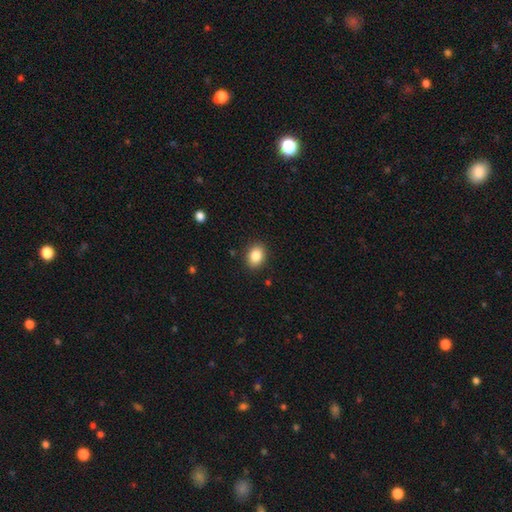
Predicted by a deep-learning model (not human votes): A smooth galaxy with no disk features (85%) that is in between round and cigar-shaped (68%). Merging: none (89%).